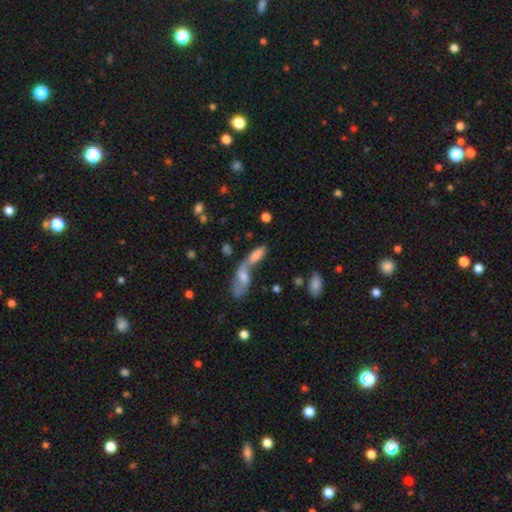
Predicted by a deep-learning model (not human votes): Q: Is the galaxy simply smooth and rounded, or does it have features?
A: smooth — 60%.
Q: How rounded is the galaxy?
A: in between — 64%.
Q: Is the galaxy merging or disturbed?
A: merger — 72%.